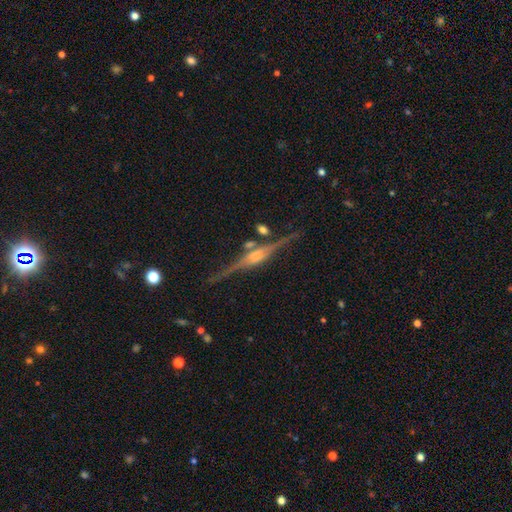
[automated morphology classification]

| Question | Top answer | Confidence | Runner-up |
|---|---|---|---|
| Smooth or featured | featured or disk | 87% | smooth (6%) |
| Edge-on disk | yes | 98% | no (2%) |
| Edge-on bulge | rounded | 78% | boxy (17%) |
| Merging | none | 83% | minor disturbance (11%) |